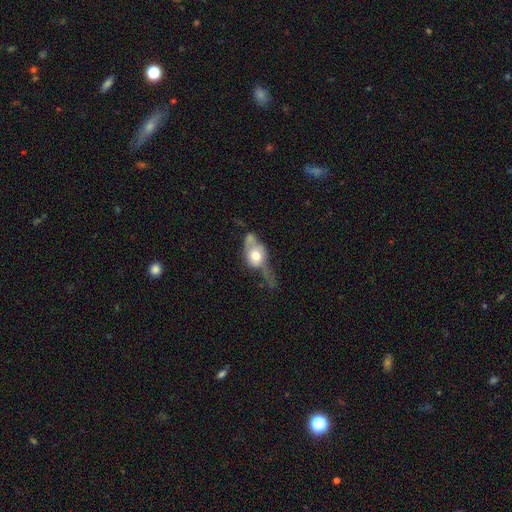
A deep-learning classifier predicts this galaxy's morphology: Q: Smooth or featured?
A: smooth (50%); runner-up: featured or disk (43%)
Q: Merging?
A: major disturbance (37%); runner-up: minor disturbance (22%)